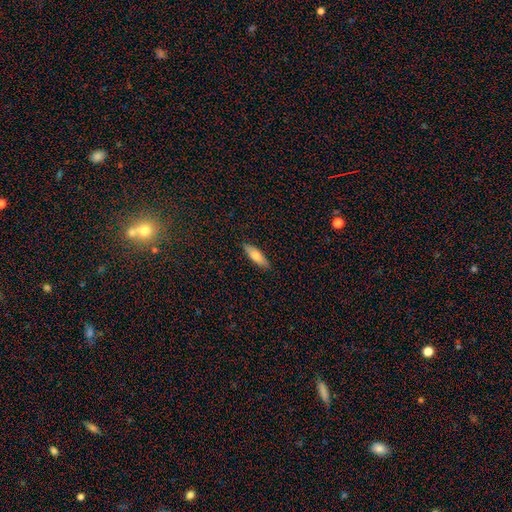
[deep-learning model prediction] This is likely a smooth galaxy (76%). How rounded: possibly in between (59%). Merging: clearly none (88%).